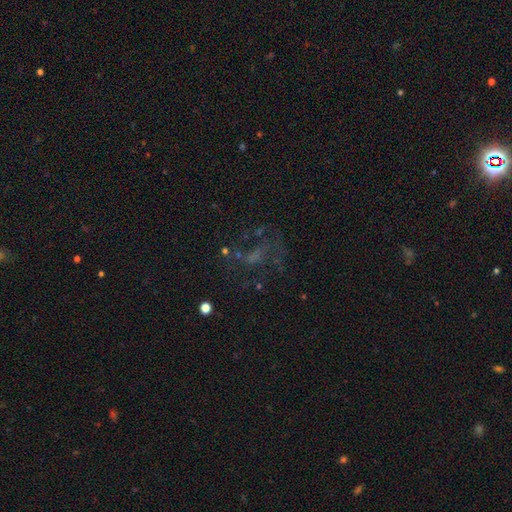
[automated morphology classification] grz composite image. It shows a featured or disk galaxy (43%). Merging: none (46%).